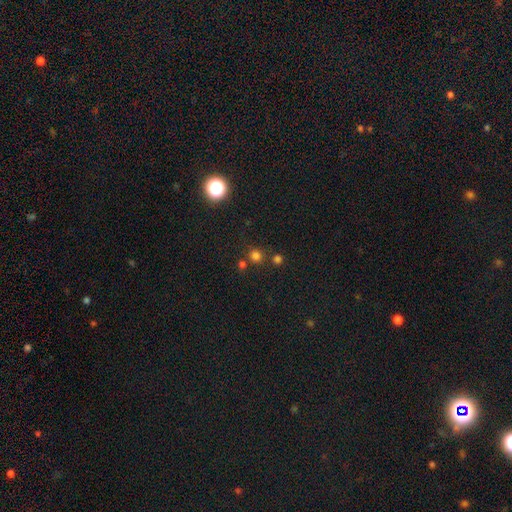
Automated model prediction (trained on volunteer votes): This is likely a smooth galaxy (71%). How rounded: clearly round (91%). Merging: likely none (75%).